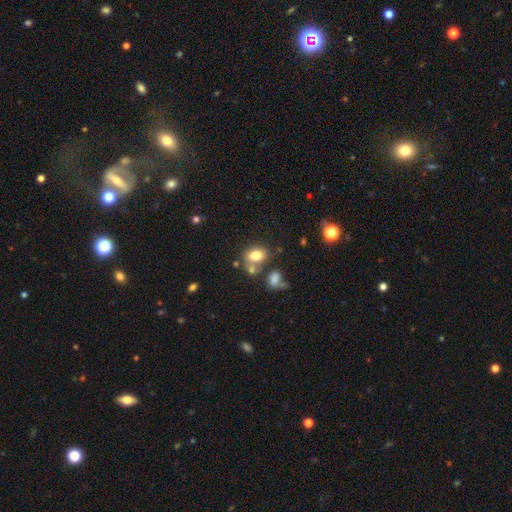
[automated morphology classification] smooth 78%, featured or disk 11%, star or artifact 11%. Down the decision tree: how rounded — in between (73%); merging — none (53%).